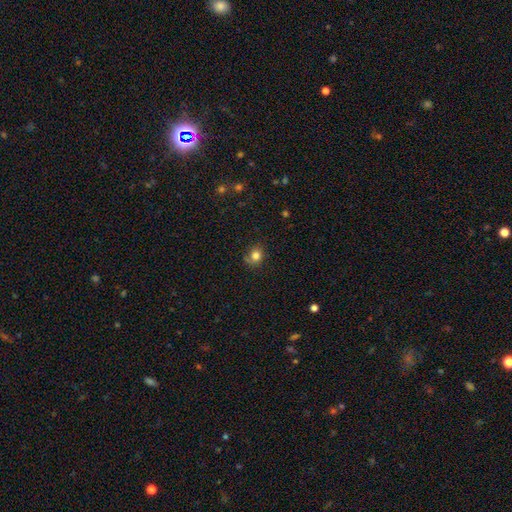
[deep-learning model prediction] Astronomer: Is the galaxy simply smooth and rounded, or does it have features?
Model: smooth — 81%.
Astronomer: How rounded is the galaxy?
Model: round — 76%.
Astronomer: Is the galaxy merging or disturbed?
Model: none — 68%.